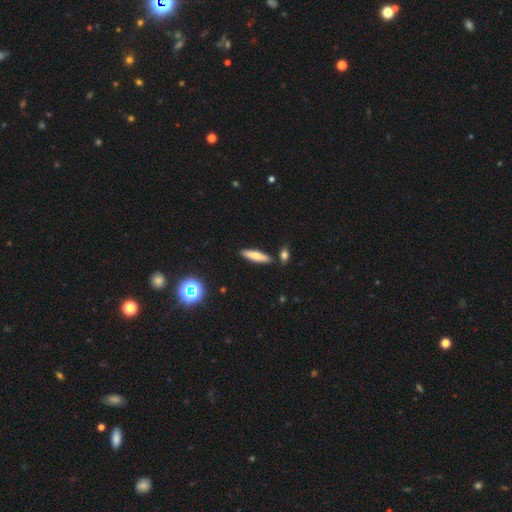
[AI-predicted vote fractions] Smooth or featured? smooth (66%)
How rounded? cigar-shaped (70%)
Merging? none (84%)